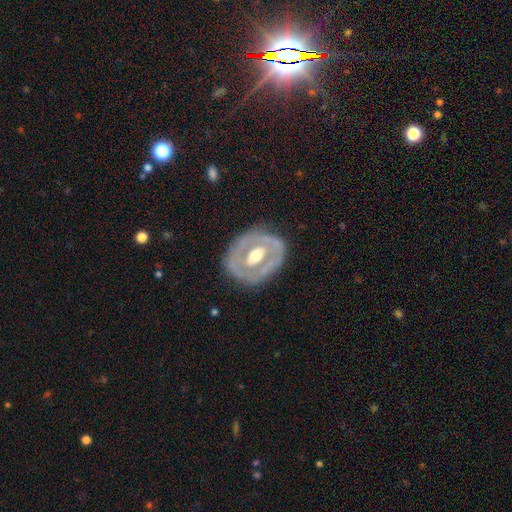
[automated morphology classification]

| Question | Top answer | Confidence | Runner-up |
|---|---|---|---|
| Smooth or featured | featured or disk | 73% | smooth (22%) |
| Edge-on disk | no | 94% | yes (6%) |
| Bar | no | 41% | weak (34%) |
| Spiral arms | no | 69% | yes (31%) |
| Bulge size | moderate | 70% | large (17%) |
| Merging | none | 77% | minor disturbance (15%) |